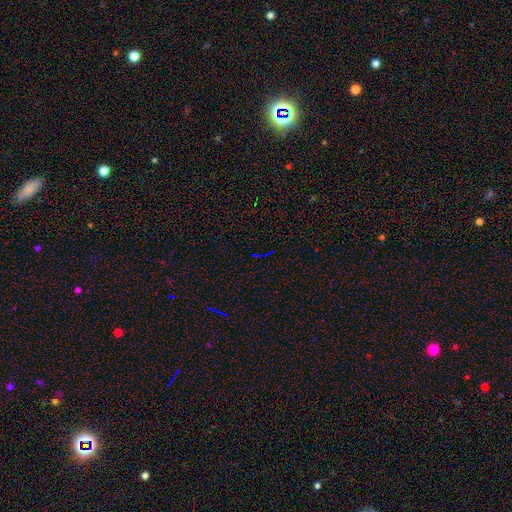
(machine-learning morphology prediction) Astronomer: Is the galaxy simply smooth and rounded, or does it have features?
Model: star or artifact — 77%.